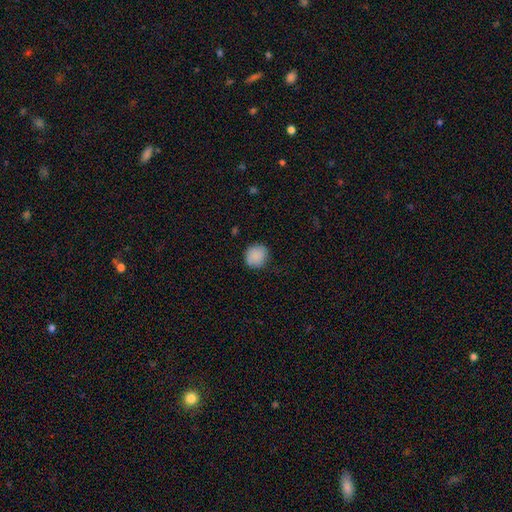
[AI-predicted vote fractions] This appears to be a smooth galaxy with no disk features (88%) that is round (88%). Merging: none (80%).